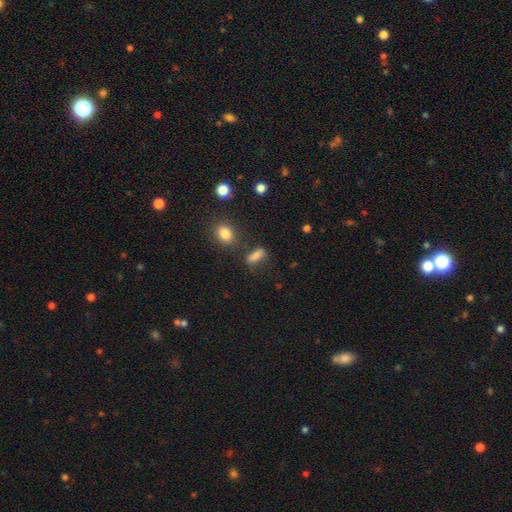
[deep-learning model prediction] smooth_or_featured: smooth (p=0.76) [alt: star or artifact p=0.13]
how_rounded: in between (p=0.57) [alt: cigar-shaped p=0.35]
merging: none (p=0.65) [alt: minor disturbance p=0.18]